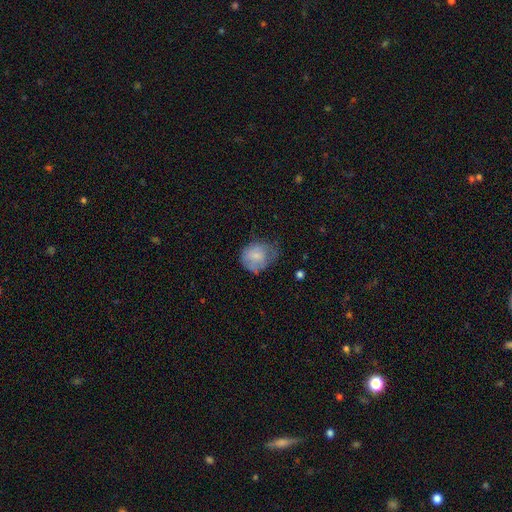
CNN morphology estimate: Q: Smooth or featured?
A: smooth (74%); runner-up: featured or disk (18%)
Q: How rounded?
A: round (64%); runner-up: in between (35%)
Q: Merging?
A: none (39%); runner-up: minor disturbance (38%)